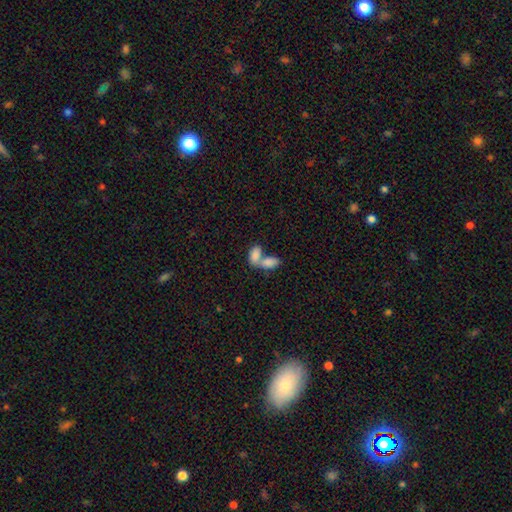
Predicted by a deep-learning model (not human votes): Morphology: type=smooth (83%); roundness=in between (93%); merging=merger (72%).